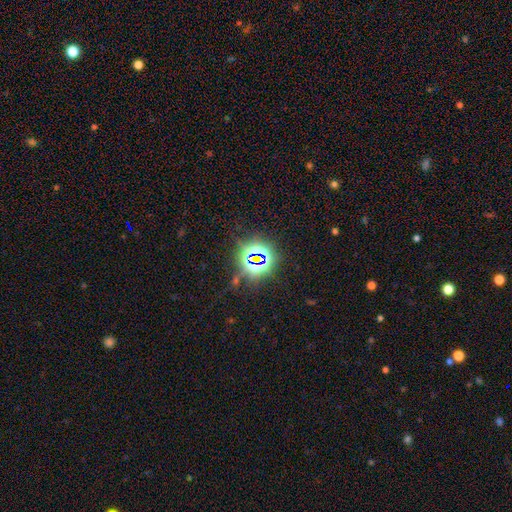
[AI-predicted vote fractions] A star or artifact, not a galaxy (79%).

Vote fractions:
- Smooth or featured? star or artifact: 79% / smooth: 13% / featured or disk: 8%